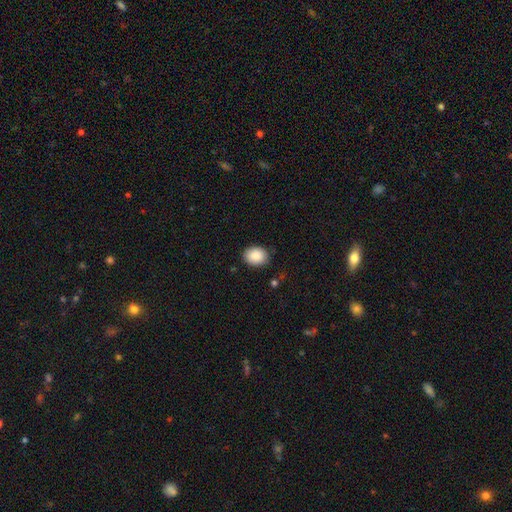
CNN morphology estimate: This appears to be a smooth galaxy with no disk features (89%) that is in between round and cigar-shaped (51%). Merging: none (86%).